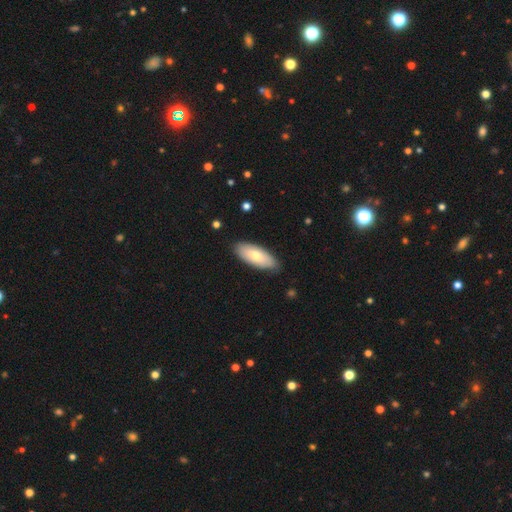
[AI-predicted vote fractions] A smooth galaxy with no disk features (69%) that is in between round and cigar-shaped (85%). Merging: none (82%).